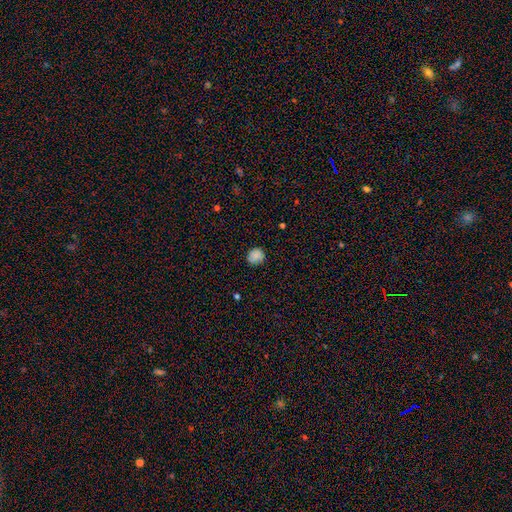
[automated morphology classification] Overall: smooth (85%). How rounded: round (84%). Merging: none (84%).